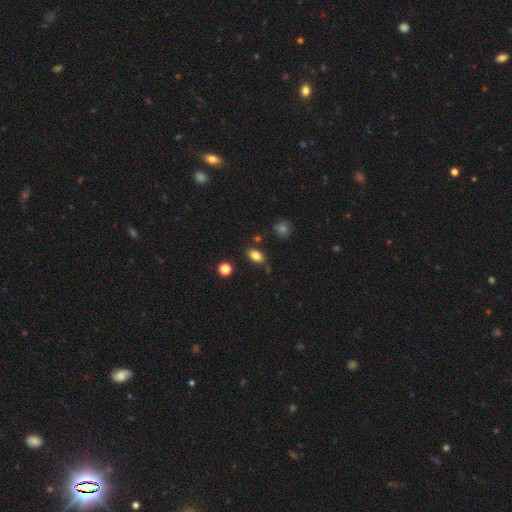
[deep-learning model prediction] smooth-or-featured: smooth: 83% | star or artifact: 10% | featured or disk: 7%
  how-rounded: in between: 87% | round: 10% | cigar-shaped: 3%
  merging: none: 77% | minor disturbance: 15% | merger: 4% | major disturbance: 3%